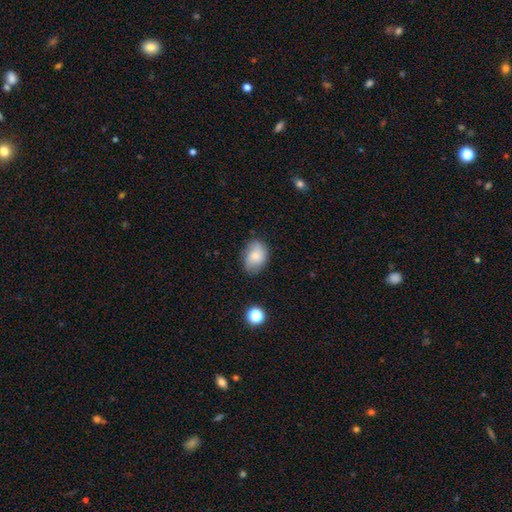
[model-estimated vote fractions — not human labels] Morphology: type=smooth (70%); roundness=in between (75%); merging=none (69%).